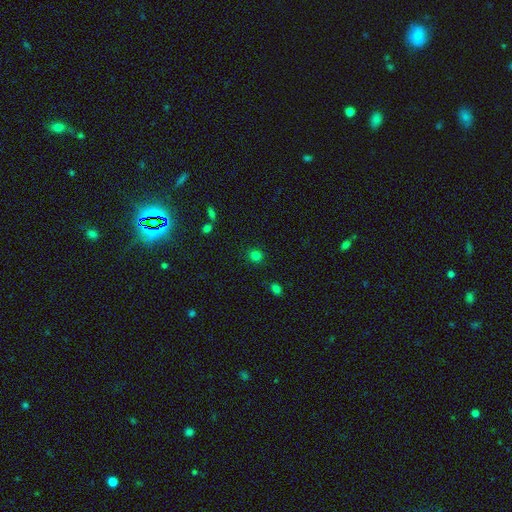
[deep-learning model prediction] Overall: smooth (80%). How rounded: round (82%). Merging: none (87%).